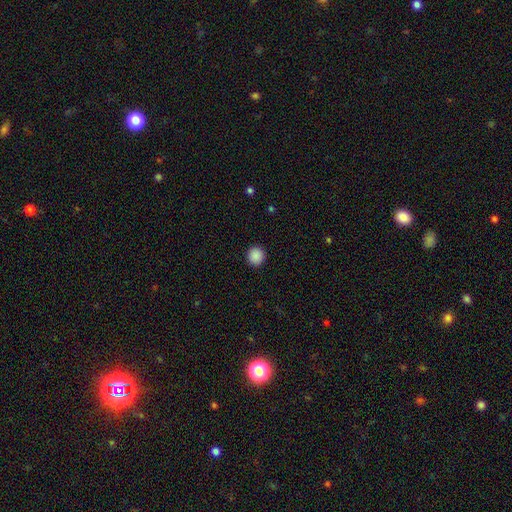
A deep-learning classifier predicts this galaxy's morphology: Q: Smooth or featured?
A: smooth (89%); runner-up: star or artifact (9%)
Q: How rounded?
A: round (94%); runner-up: in between (5%)
Q: Merging?
A: none (93%); runner-up: minor disturbance (5%)